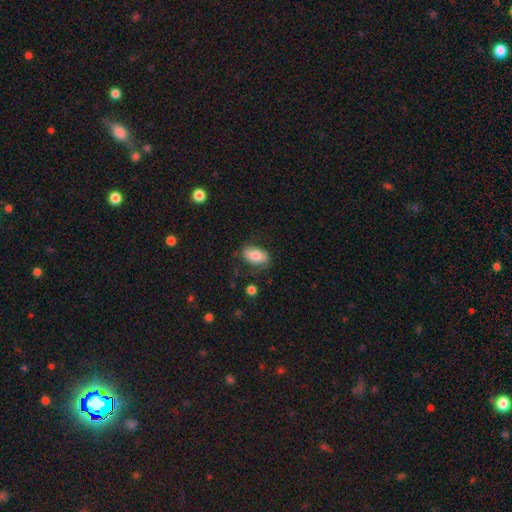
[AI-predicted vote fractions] This appears to be a smooth galaxy with no disk features (75%) that is in between round and cigar-shaped (91%). Merging: none (74%).